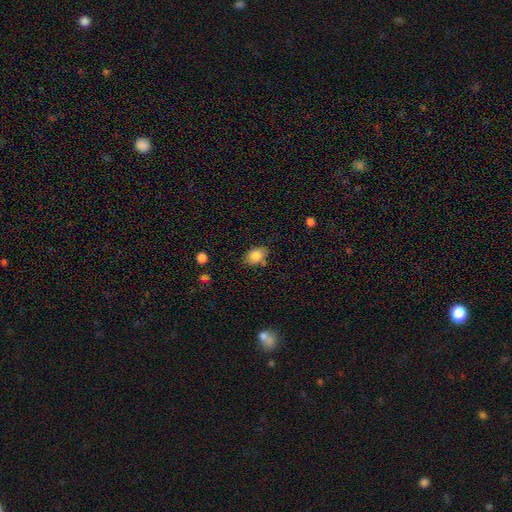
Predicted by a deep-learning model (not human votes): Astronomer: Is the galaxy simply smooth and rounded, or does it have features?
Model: smooth — 83%.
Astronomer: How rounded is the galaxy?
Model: in between — 75%.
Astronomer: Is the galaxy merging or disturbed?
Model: none — 76%.